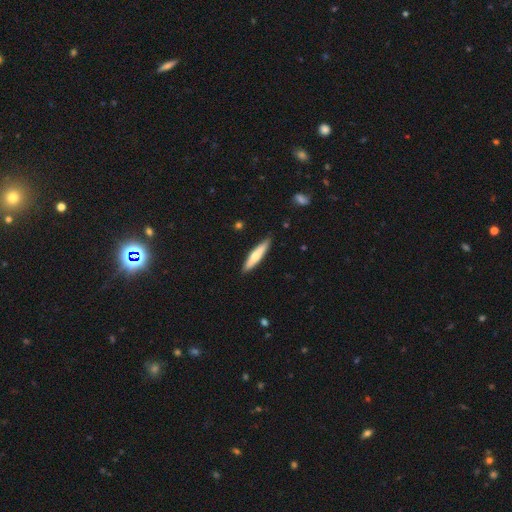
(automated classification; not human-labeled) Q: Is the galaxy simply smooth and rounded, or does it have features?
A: smooth — 62%.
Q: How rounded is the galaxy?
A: cigar-shaped — 85%.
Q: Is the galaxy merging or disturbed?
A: none — 88%.